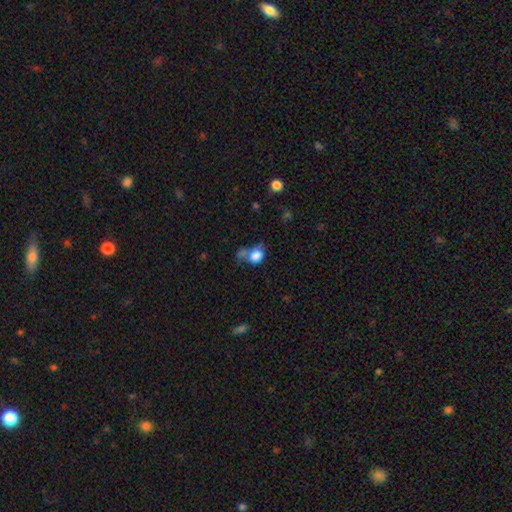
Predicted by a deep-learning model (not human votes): Smooth or featured? Predicted: smooth (p=0.80). How rounded? Predicted: round (p=0.56). Merging? Predicted: none (p=0.33).